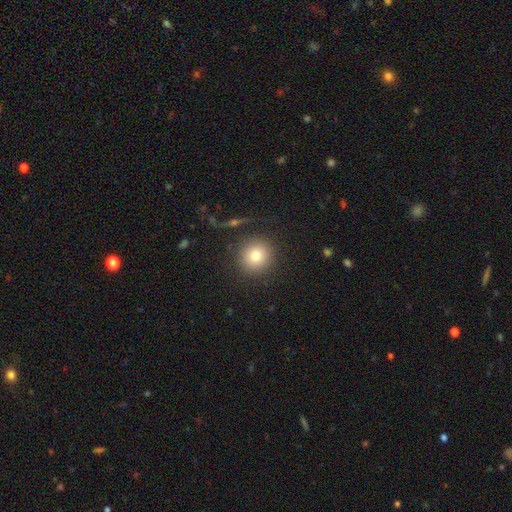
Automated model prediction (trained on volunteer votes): Smooth or featured?
  - smooth: 77% *
  - featured or disk: 11%
  - star or artifact: 11%
How rounded?
  - round: 94% *
  - in between: 5%
  - cigar-shaped: 1%
Merging?
  - none: 88% *
  - minor disturbance: 7%
  - major disturbance: 3%
  - merger: 2%